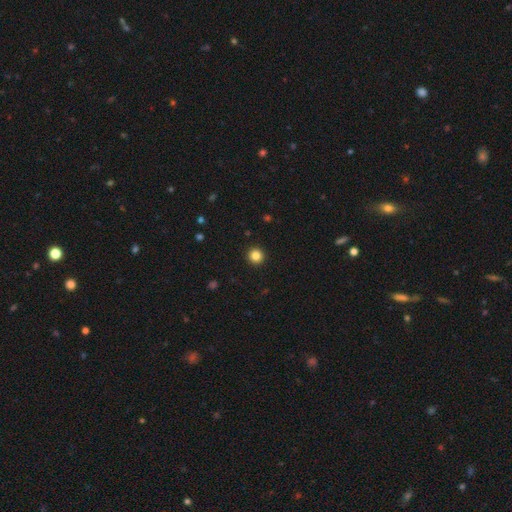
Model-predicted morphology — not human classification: A smooth galaxy with no disk features (84%) that is round (96%). Merging: none (94%).